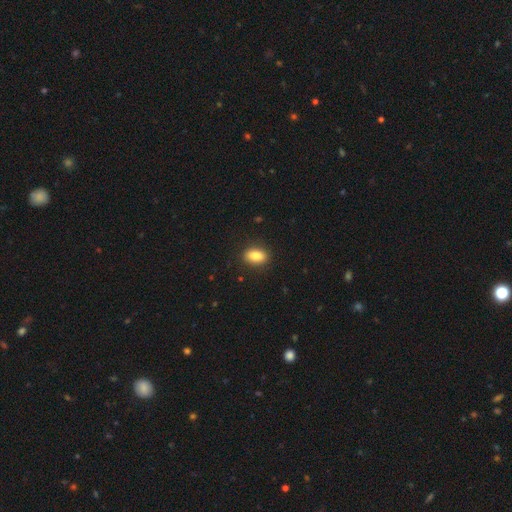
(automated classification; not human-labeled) Smooth or featured? smooth (85%)
How rounded? in between (85%)
Merging? none (88%)